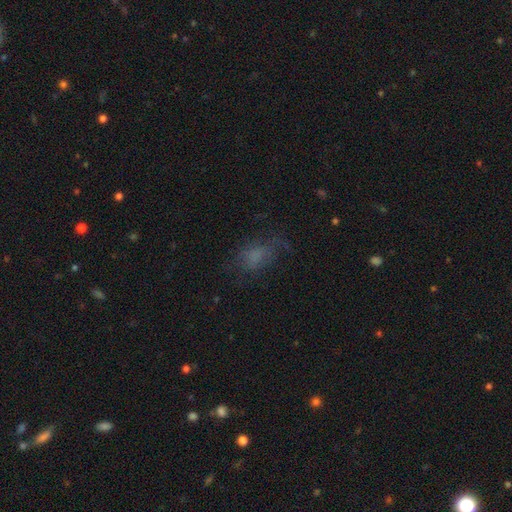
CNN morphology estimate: Q: Smooth or featured?
A: smooth (59%); runner-up: featured or disk (21%)
Q: How rounded?
A: in between (76%); runner-up: round (19%)
Q: Merging?
A: none (53%); runner-up: major disturbance (23%)